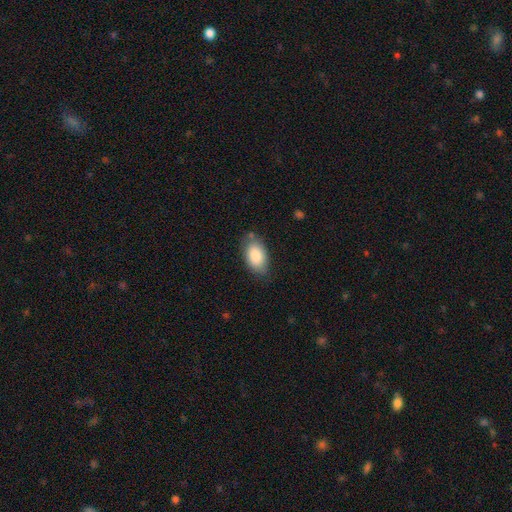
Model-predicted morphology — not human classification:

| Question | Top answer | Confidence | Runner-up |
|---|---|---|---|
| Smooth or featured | smooth | 86% | featured or disk (8%) |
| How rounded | in between | 93% | round (5%) |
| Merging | none | 74% | minor disturbance (19%) |